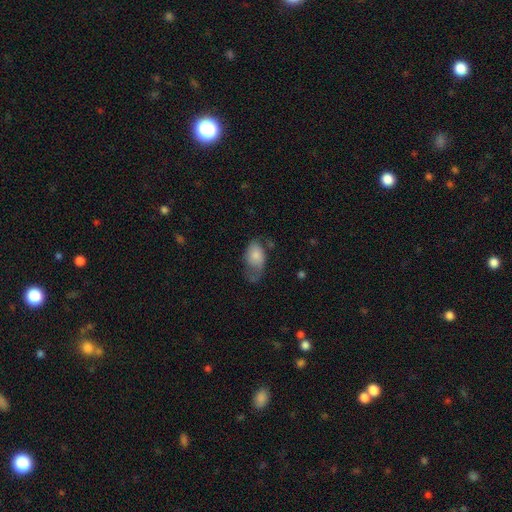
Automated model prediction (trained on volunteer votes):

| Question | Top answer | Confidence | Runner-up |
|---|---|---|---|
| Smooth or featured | smooth | 70% | featured or disk (23%) |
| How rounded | in between | 90% | round (8%) |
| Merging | minor disturbance | 34% | major disturbance (33%) |